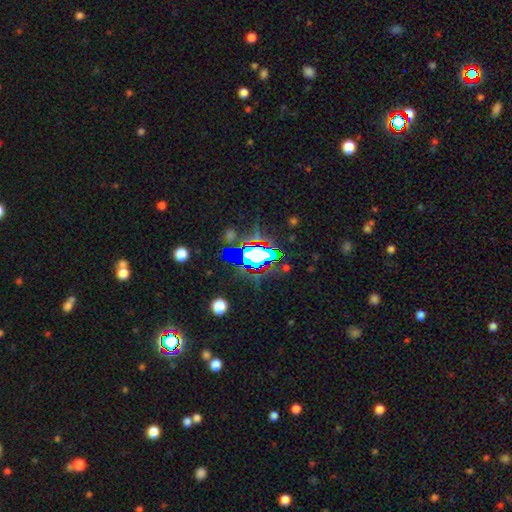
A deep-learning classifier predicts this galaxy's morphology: This is likely a star or artifact rather than a galaxy (60%).